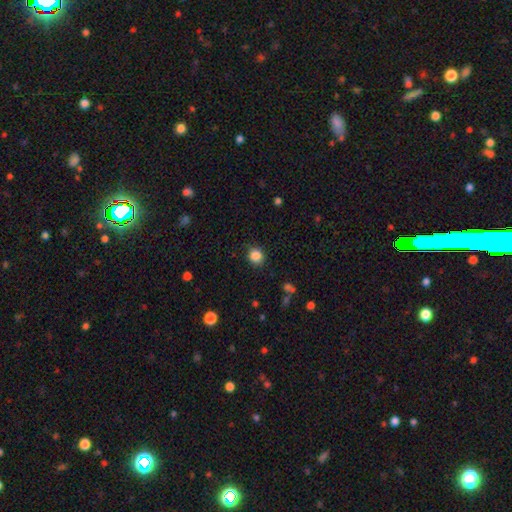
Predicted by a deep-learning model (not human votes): This is clearly a smooth galaxy (85%). How rounded: clearly round (86%). Merging: clearly none (86%).